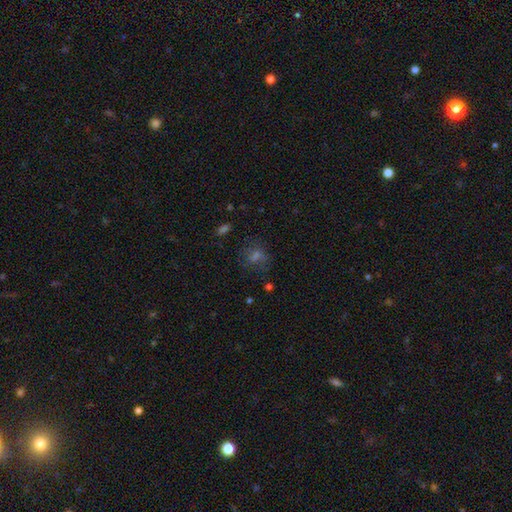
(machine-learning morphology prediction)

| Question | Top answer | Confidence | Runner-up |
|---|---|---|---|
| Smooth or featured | smooth | 45% | star or artifact (33%) |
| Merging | none | 66% | minor disturbance (17%) |